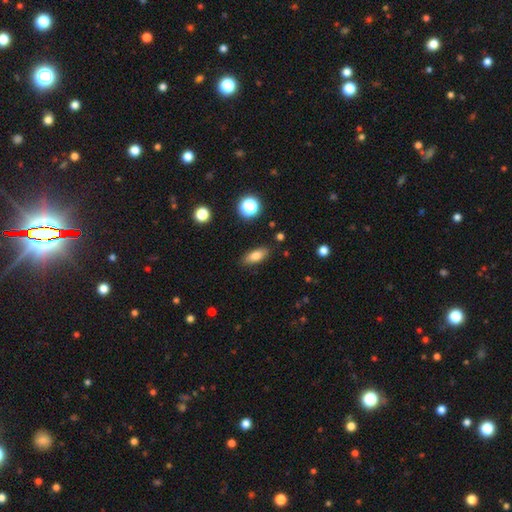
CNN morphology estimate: A smooth galaxy with no disk features (79%) that is in between round and cigar-shaped (77%). Merging: none (87%).